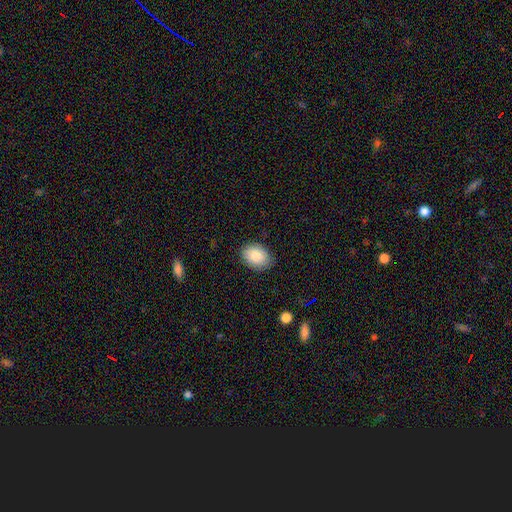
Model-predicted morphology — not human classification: Smooth or featured? smooth (87%)
How rounded? in between (78%)
Merging? none (84%)